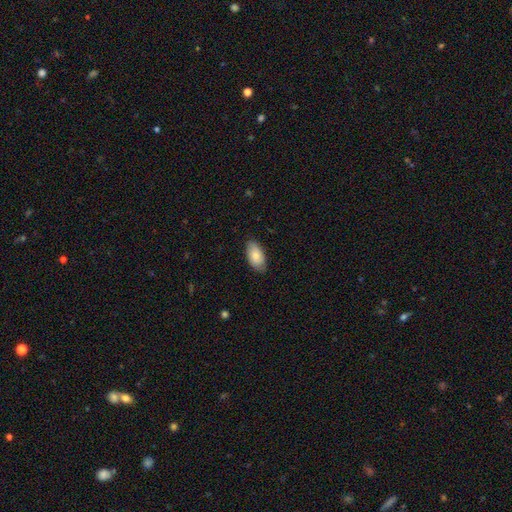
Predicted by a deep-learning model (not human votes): Smooth or featured? smooth (81%)
How rounded? in between (94%)
Merging? none (81%)